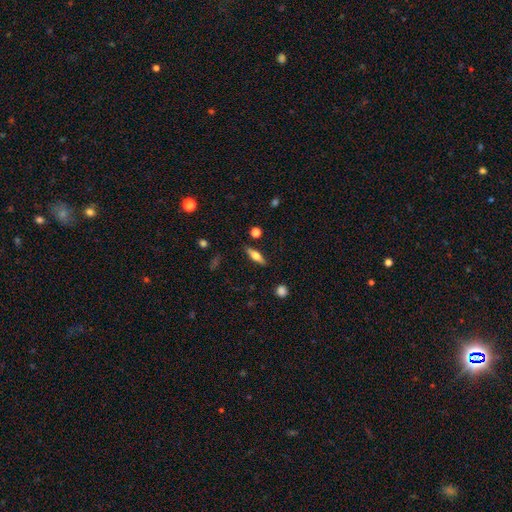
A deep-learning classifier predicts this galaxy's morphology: This appears to be a featured or disk galaxy (49%). Merging: none (87%).